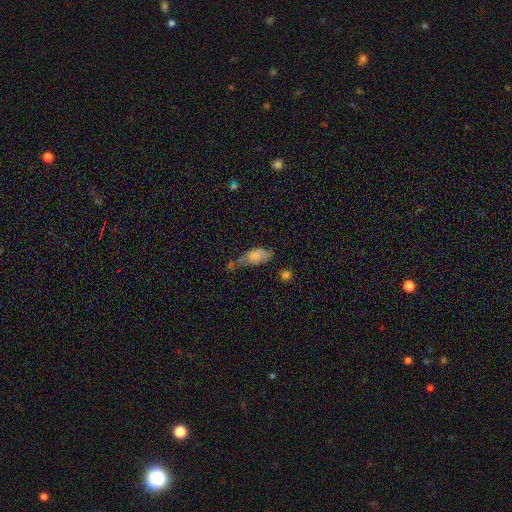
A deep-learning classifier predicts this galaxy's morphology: Smooth or featured? smooth (75%)
How rounded? in between (89%)
Merging? minor disturbance (33%, tied with none)